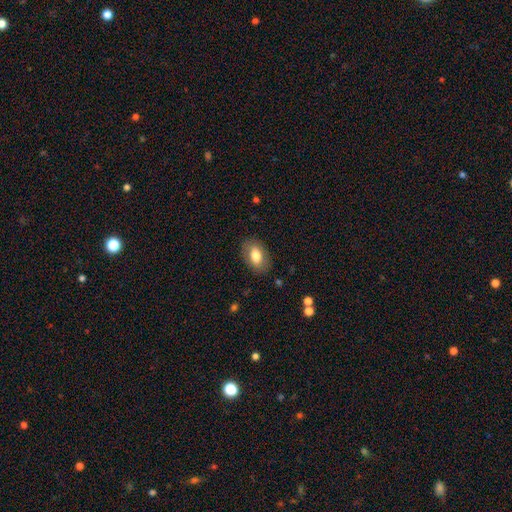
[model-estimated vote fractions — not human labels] This is likely a smooth galaxy (76%). How rounded: clearly in between (89%). Merging: clearly none (85%).